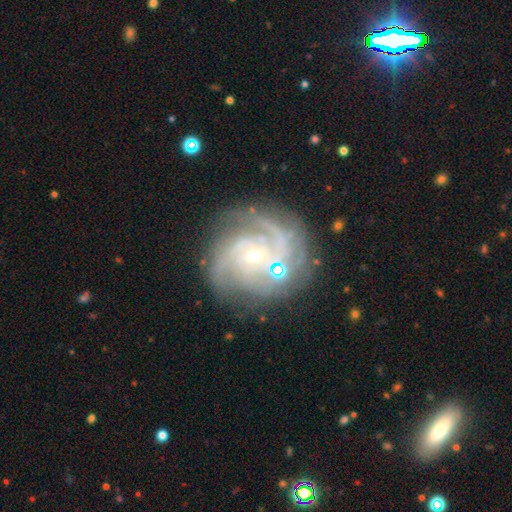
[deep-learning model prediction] Q: Smooth or featured?
A: featured or disk (88%); runner-up: star or artifact (7%)
Q: Edge-on disk?
A: no (98%); runner-up: yes (2%)
Q: Bar?
A: no (52%); runner-up: weak (38%)
Q: Spiral arms?
A: yes (97%); runner-up: no (3%)
Q: Spiral winding?
A: tight (61%); runner-up: medium (33%)
Q: Spiral arm count?
A: 3 (30%); runner-up: can't tell (19%)
Q: Bulge size?
A: small (75%); runner-up: moderate (21%)
Q: Merging?
A: none (71%); runner-up: minor disturbance (16%)